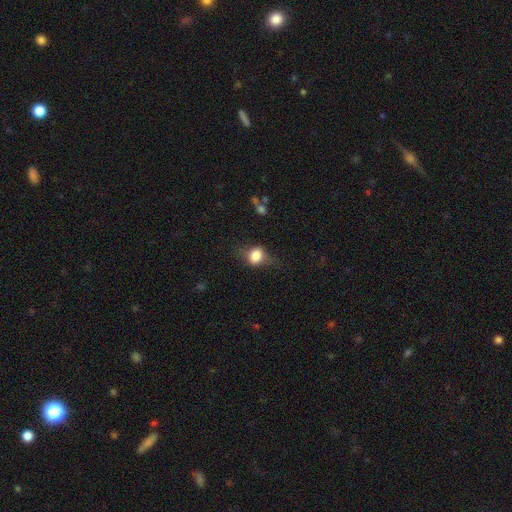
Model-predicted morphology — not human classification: The model was most divided on "how rounded": in between: 51%, round: 47%, cigar-shaped: 2%. More confident: smooth or featured — smooth (70%); merging — none (54%).